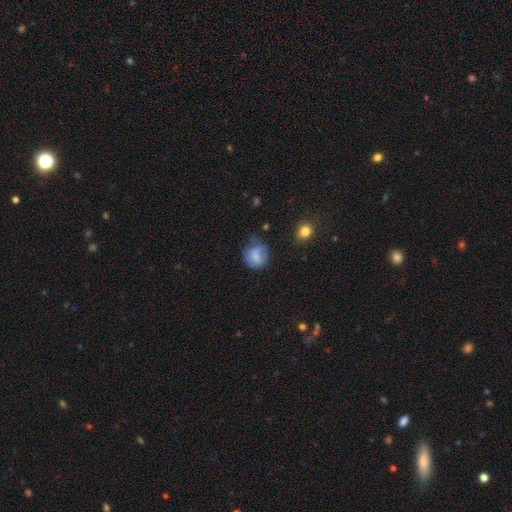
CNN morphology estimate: Q: Smooth or featured?
A: smooth (69%); runner-up: featured or disk (22%)
Q: How rounded?
A: round (73%); runner-up: in between (25%)
Q: Merging?
A: none (50%); runner-up: minor disturbance (30%)